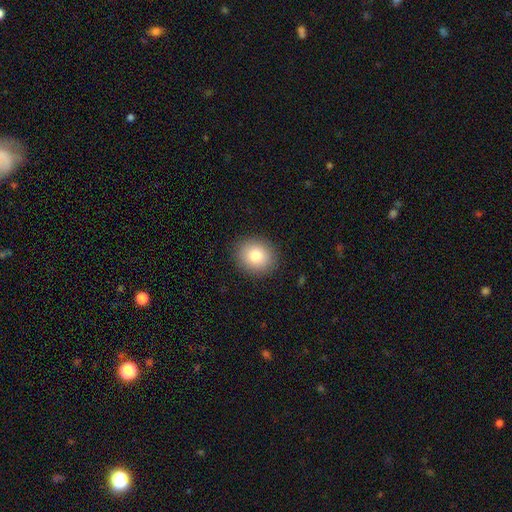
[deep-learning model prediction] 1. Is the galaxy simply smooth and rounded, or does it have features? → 82% smooth, 9% star or artifact, 8% featured or disk.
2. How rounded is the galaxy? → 71% round, 28% in between, 1% cigar-shaped.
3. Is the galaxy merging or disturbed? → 90% none, 7% minor disturbance, 2% major disturbance, 1% merger.